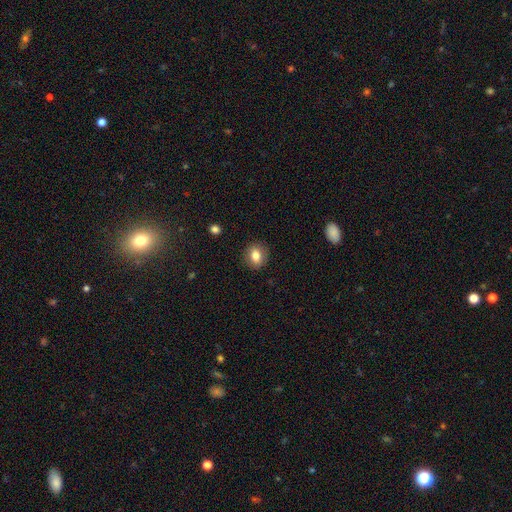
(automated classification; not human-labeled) Q: Smooth or featured?
A: smooth (80%); runner-up: featured or disk (11%)
Q: How rounded?
A: round (59%); runner-up: in between (39%)
Q: Merging?
A: none (88%); runner-up: minor disturbance (9%)